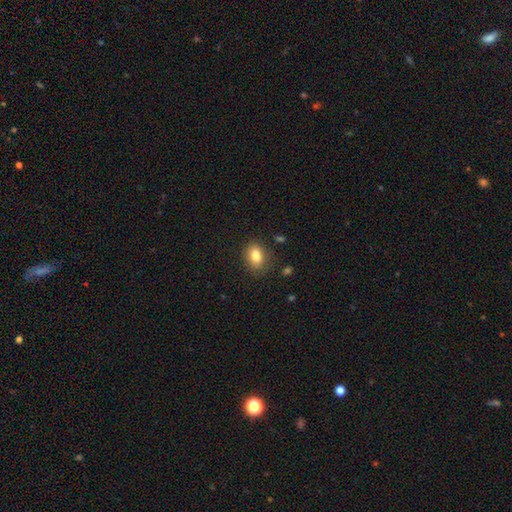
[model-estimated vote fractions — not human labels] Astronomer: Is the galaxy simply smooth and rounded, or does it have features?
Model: smooth — 84%.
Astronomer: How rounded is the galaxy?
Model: in between — 80%.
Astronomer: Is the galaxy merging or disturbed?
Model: none — 83%.